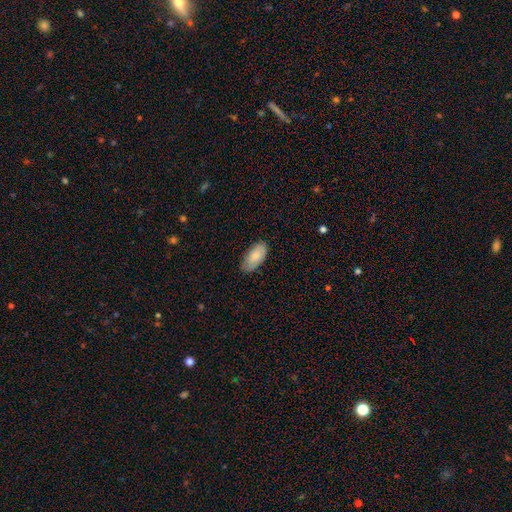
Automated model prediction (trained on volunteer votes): Overall: smooth (82%). How rounded: in between (94%). Merging: none (77%).